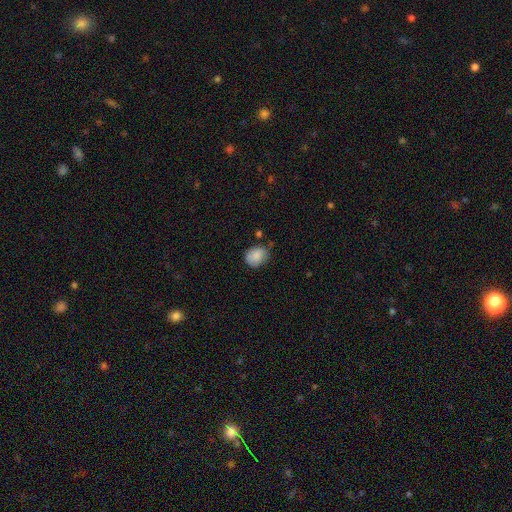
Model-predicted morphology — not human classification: This appears to be a smooth galaxy with no disk features (85%) that is in between round and cigar-shaped (51%). Merging: none (59%).